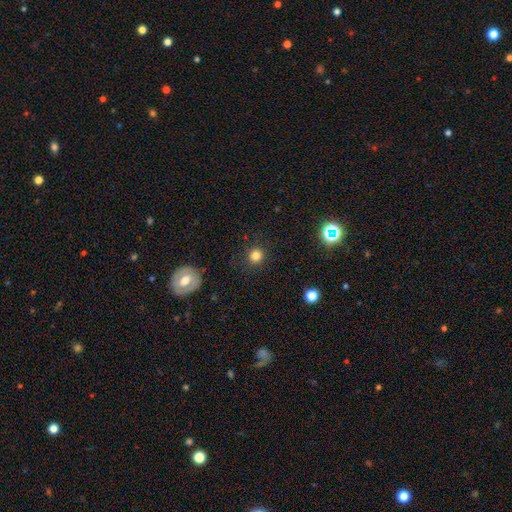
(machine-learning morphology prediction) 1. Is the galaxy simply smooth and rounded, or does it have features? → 81% smooth, 14% star or artifact, 6% featured or disk.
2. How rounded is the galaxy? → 92% round, 7% in between, 1% cigar-shaped.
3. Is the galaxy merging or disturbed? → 89% none, 7% minor disturbance, 3% major disturbance, 1% merger.